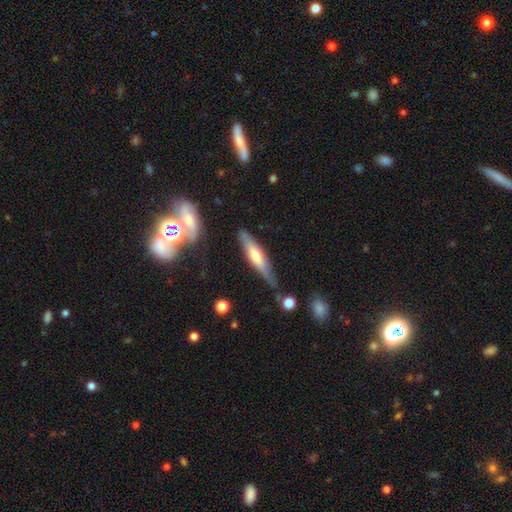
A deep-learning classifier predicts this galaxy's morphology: A featured or disk galaxy (51%) viewed edge-on (85%).

Vote fractions:
- Smooth or featured? featured or disk: 51% / smooth: 43% / star or artifact: 6%
- Edge-on disk? yes: 85% / no: 15%
- Merging? none: 69% / minor disturbance: 22% / major disturbance: 6% / merger: 3%